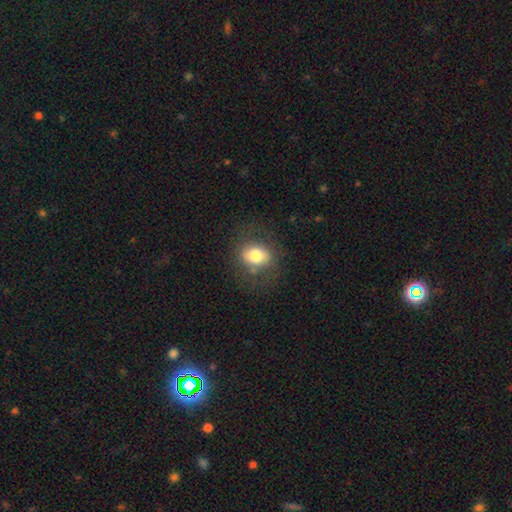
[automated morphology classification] Overall: smooth (75%). How rounded: round (52%; in between 47%). Merging: none (73%).